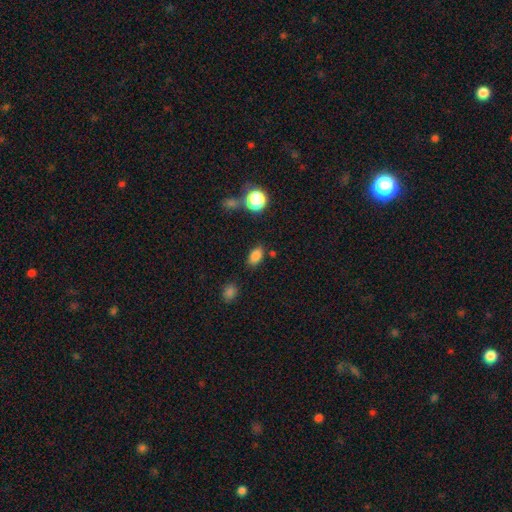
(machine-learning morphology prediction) smooth 83%, star or artifact 12%, featured or disk 5%. Down the decision tree: how rounded — in between (86%); merging — none (81%).